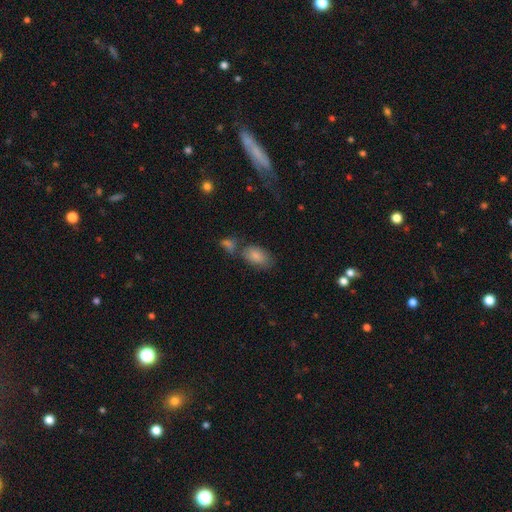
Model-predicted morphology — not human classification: Smooth or featured? smooth (84%)
How rounded? in between (92%)
Merging? none (53%)